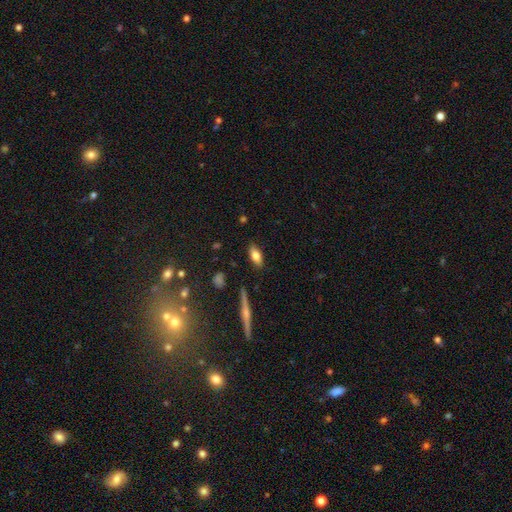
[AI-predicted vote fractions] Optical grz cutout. It shows a smooth galaxy with no disk features (75%) that is in between round and cigar-shaped (80%). Merging: none (86%).